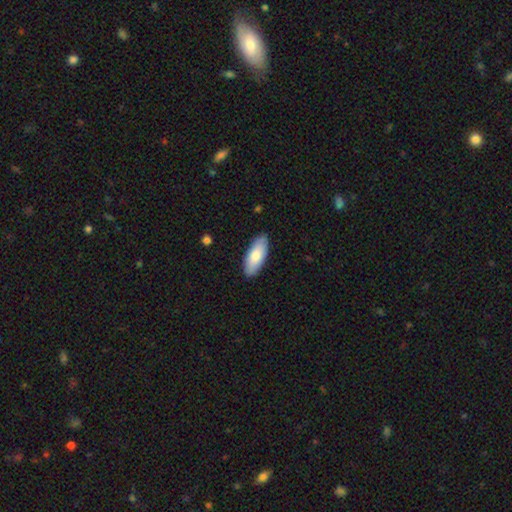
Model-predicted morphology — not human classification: Smooth or featured?
  - smooth: 81% *
  - featured or disk: 14%
  - star or artifact: 5%
How rounded?
  - in between: 83% *
  - cigar-shaped: 15%
  - round: 2%
Merging?
  - none: 89% *
  - minor disturbance: 9%
  - major disturbance: 2%
  - merger: 1%